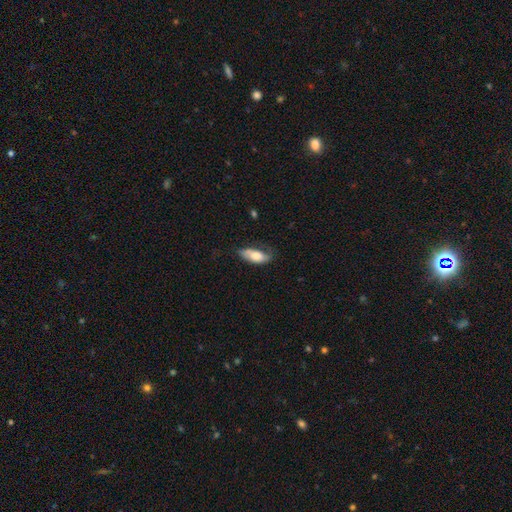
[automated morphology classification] Smooth or featured? smooth (68%)
How rounded? in between (82%)
Merging? none (50%)